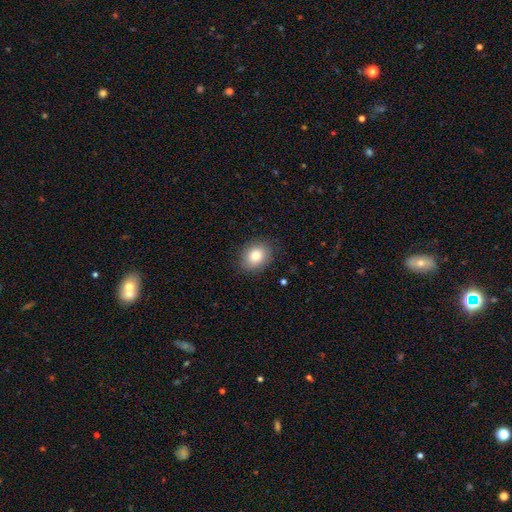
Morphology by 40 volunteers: A smooth galaxy with no disk features (82%) that is in between round and cigar-shaped (67%).

Vote fractions:
- Smooth or featured? smooth: 82% / featured or disk: 15% / star or artifact: 2%
- How rounded? in between: 67% / round: 33% / cigar-shaped: 0%
- Merging? none: 92% / minor disturbance: 8% / major disturbance: 0% / merger: 0%